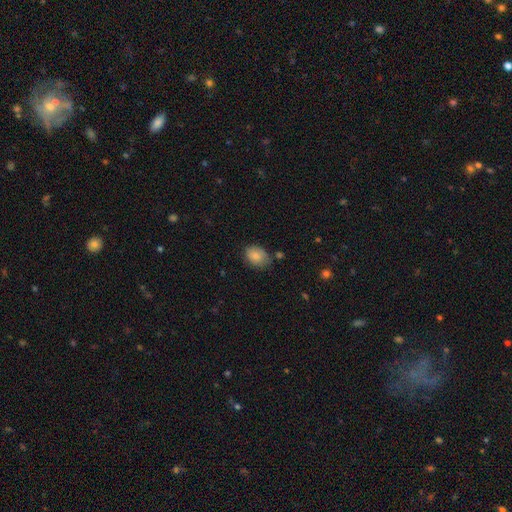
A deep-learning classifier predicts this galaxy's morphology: This appears to be a smooth galaxy with no disk features (82%) that is in between round and cigar-shaped (70%). Merging: none (68%).